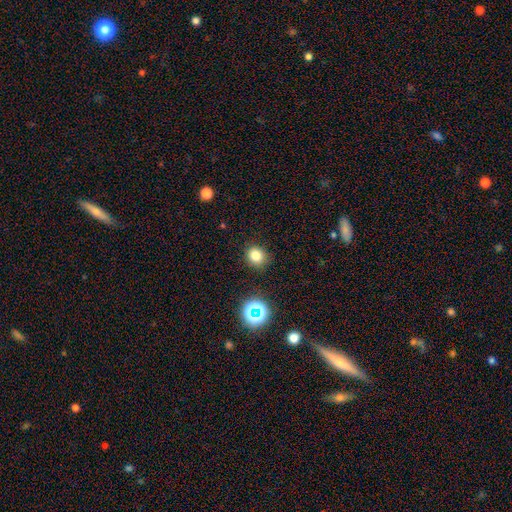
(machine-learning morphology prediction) smooth_or_featured: smooth (p=0.78) [alt: star or artifact p=0.16]
how_rounded: round (p=0.79) [alt: in between p=0.20]
merging: none (p=0.87) [alt: minor disturbance p=0.09]